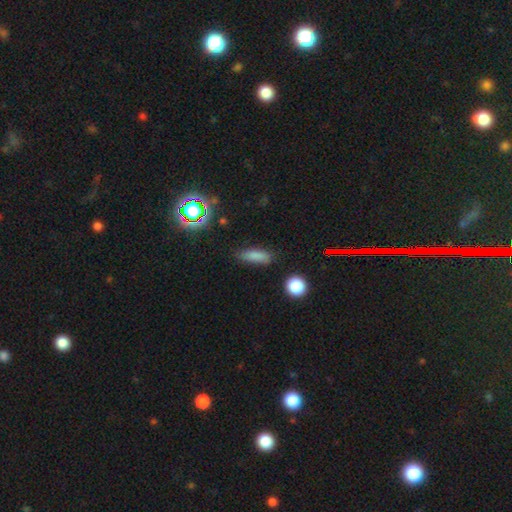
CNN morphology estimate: The model was most divided on "how rounded": in between: 54%, cigar-shaped: 41%, round: 4%. More confident: smooth or featured — smooth (80%); merging — none (78%).